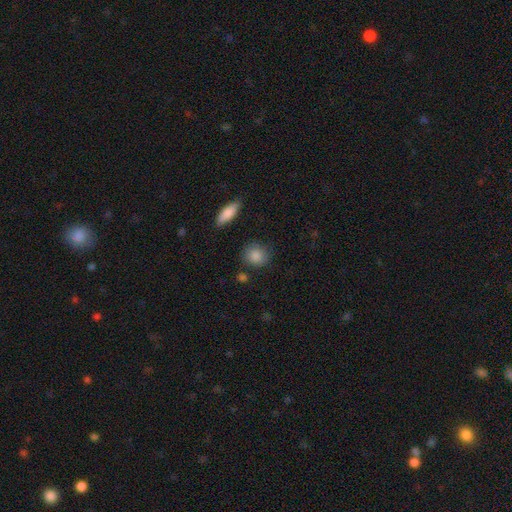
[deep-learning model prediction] Morphology: type=smooth (87%); roundness=round (78%); merging=none (83%).